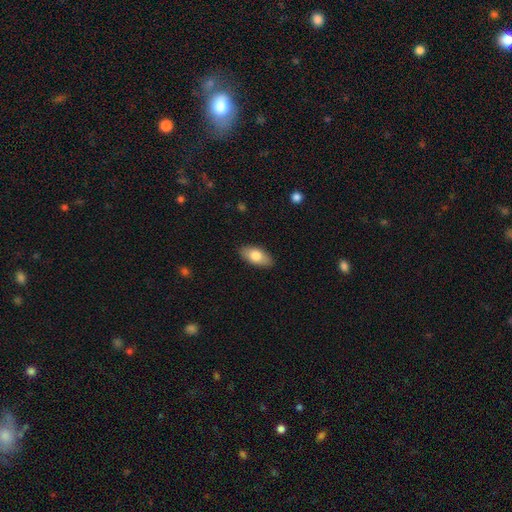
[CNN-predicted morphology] Overall: smooth (78%). How rounded: in between (92%). Merging: none (88%).